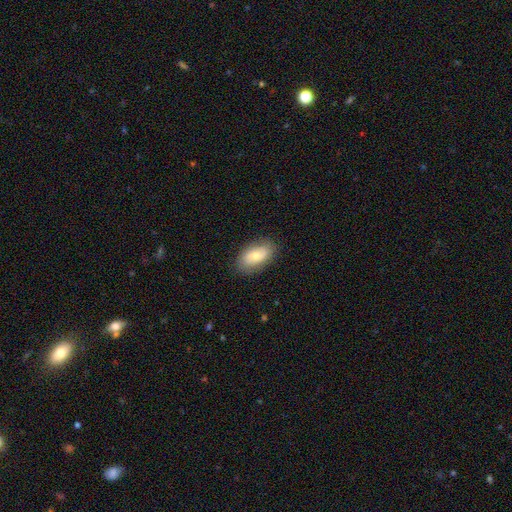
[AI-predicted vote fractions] A smooth galaxy with no disk features (65%) that is in between round and cigar-shaped (92%).

Vote fractions:
- Smooth or featured? smooth: 65% / featured or disk: 28% / star or artifact: 7%
- How rounded? in between: 92% / round: 5% / cigar-shaped: 3%
- Merging? none: 84% / minor disturbance: 12% / major disturbance: 3% / merger: 1%